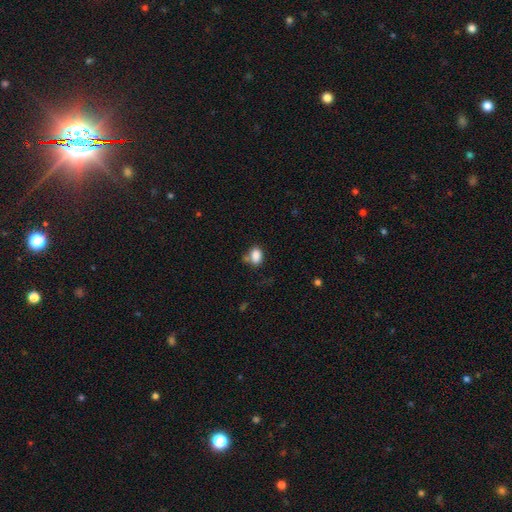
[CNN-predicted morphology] Smooth or featured: smooth — 85% (star or artifact — 10%)
How rounded: in between — 75% (round — 23%)
Merging: none — 57% (minor disturbance — 22%)